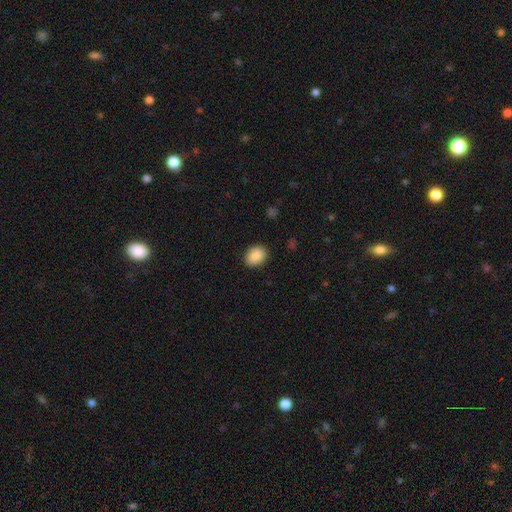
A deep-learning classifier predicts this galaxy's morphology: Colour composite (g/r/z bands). It shows a smooth galaxy with no disk features (89%) that is in between round and cigar-shaped (59%). Merging: none (88%).